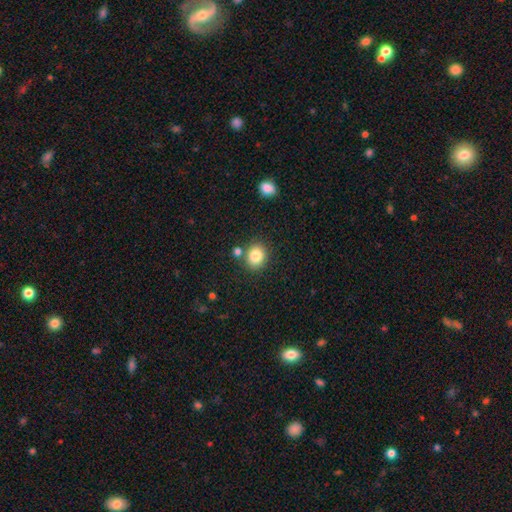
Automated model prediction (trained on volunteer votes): This appears to be a smooth galaxy with no disk features (83%) that is round (70%). Merging: none (79%).